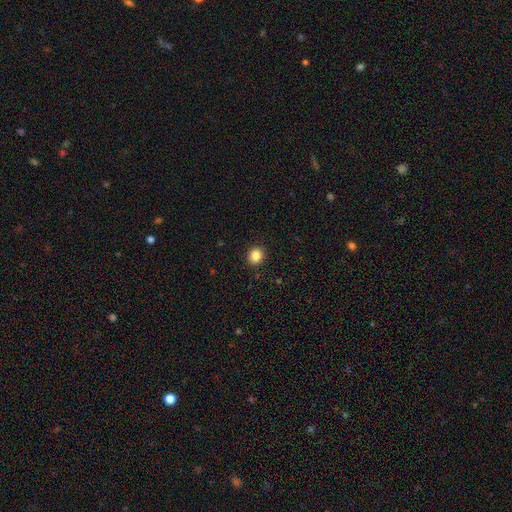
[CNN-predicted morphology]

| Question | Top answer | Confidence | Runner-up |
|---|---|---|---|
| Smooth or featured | smooth | 85% | star or artifact (10%) |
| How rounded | round | 83% | in between (16%) |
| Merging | none | 92% | minor disturbance (5%) |